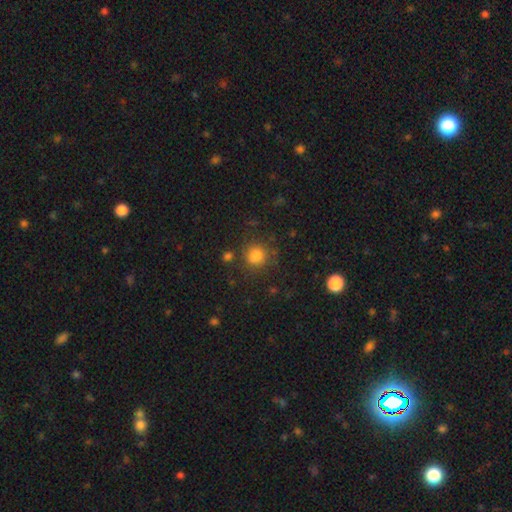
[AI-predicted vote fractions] This is clearly a smooth galaxy (80%). How rounded: likely round (75%). Merging: likely none (72%).